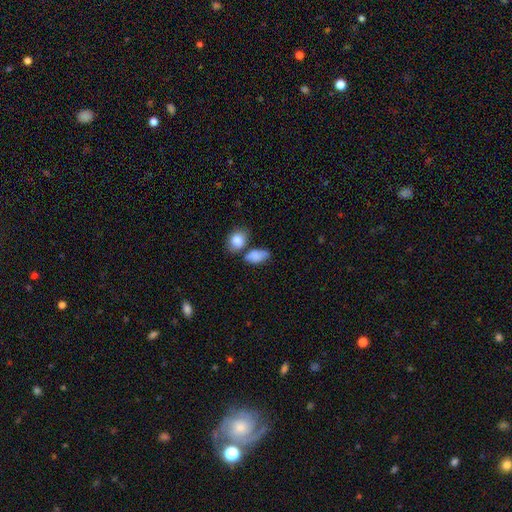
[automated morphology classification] smooth_or_featured: smooth (p=0.85) [alt: featured or disk p=0.08]
how_rounded: in between (p=0.87) [alt: round p=0.10]
merging: none (p=0.47) [alt: merger p=0.23]